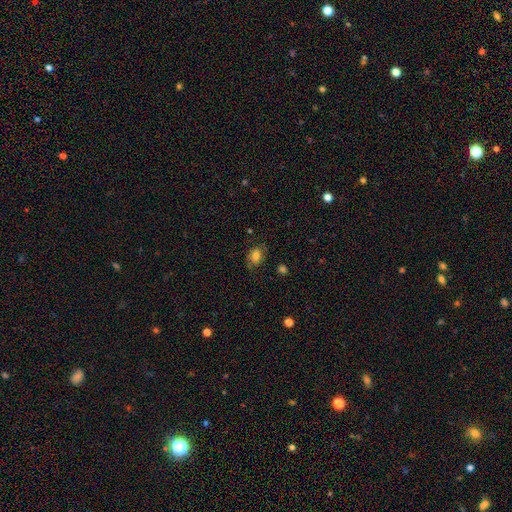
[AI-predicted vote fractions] Q: Smooth or featured?
A: smooth (72%); runner-up: featured or disk (17%)
Q: How rounded?
A: in between (58%); runner-up: round (41%)
Q: Merging?
A: none (74%); runner-up: minor disturbance (18%)